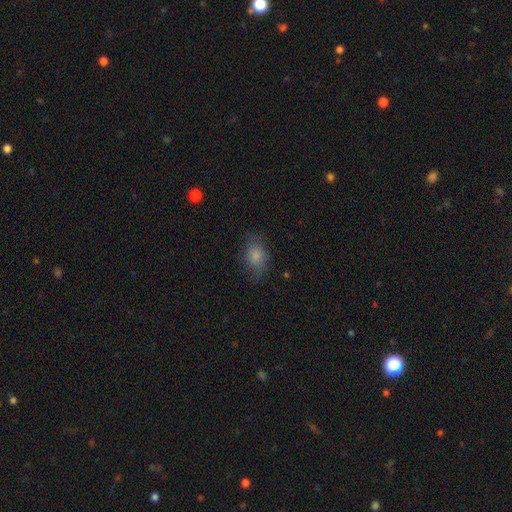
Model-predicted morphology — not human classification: This is likely a smooth galaxy (79%). How rounded: clearly in between (82%). Merging: likely none (70%).